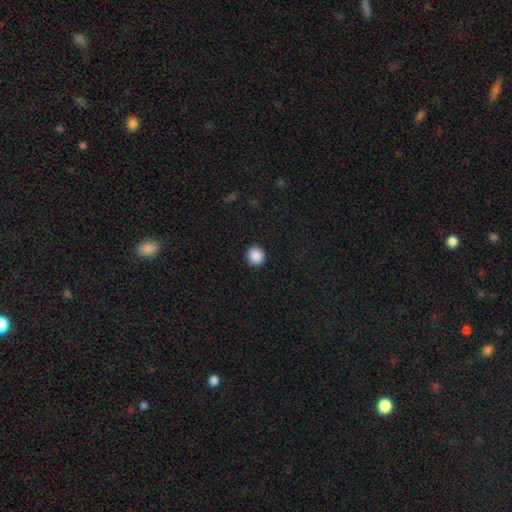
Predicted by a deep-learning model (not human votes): This is clearly a smooth galaxy (89%). How rounded: clearly round (95%). Merging: clearly none (93%).